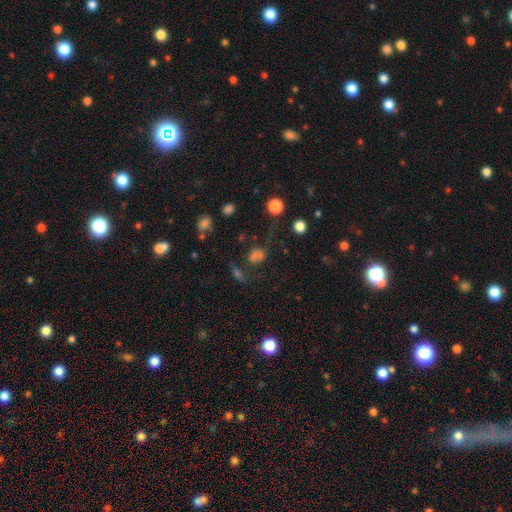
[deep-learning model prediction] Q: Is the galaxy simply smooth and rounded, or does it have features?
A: smooth — 48%.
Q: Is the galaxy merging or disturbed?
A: none — 49%.